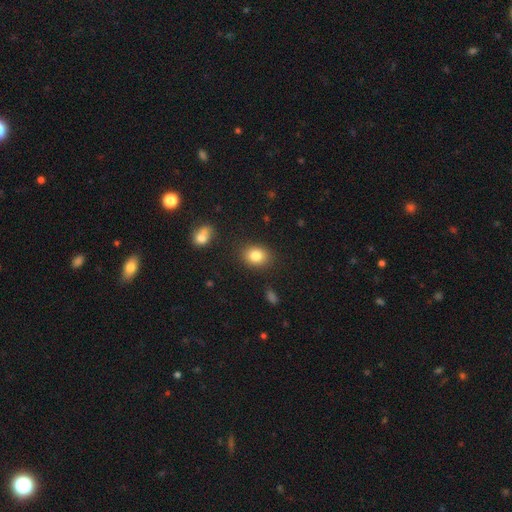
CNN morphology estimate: smooth_or_featured: smooth (p=0.82) [alt: star or artifact p=0.10]
how_rounded: in between (p=0.54) [alt: round p=0.45]
merging: none (p=0.86) [alt: minor disturbance p=0.09]